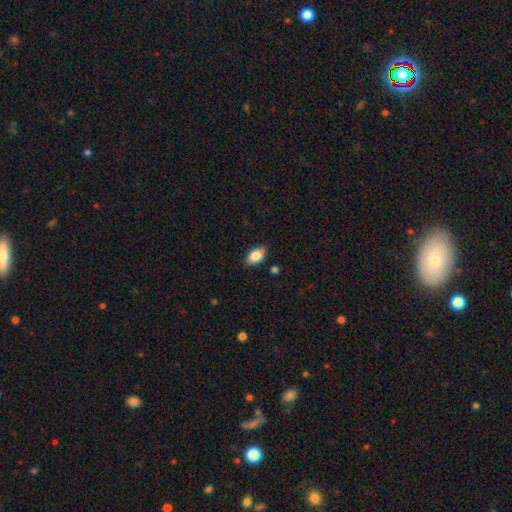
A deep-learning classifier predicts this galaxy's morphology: A smooth galaxy with no disk features (81%) that is in between round and cigar-shaped (87%).

Vote fractions:
- Smooth or featured? smooth: 81% / featured or disk: 11% / star or artifact: 8%
- How rounded? in between: 87% / round: 10% / cigar-shaped: 3%
- Merging? none: 70% / minor disturbance: 21% / merger: 5% / major disturbance: 4%